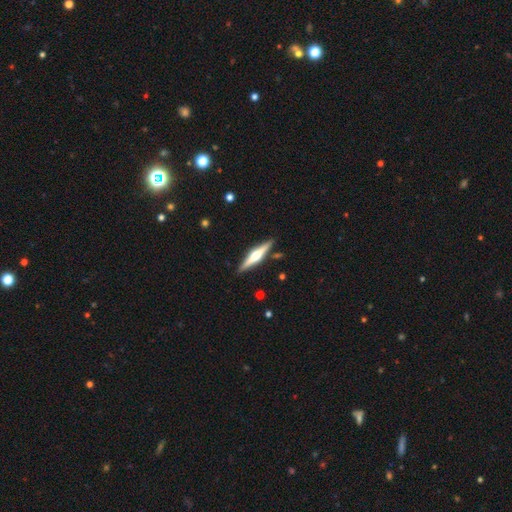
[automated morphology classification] Smooth or featured: featured or disk — 71% (smooth — 24%)
Edge-on disk: yes — 98% (no — 2%)
Edge-on bulge: rounded — 93% (boxy — 5%)
Merging: none — 89% (minor disturbance — 7%)